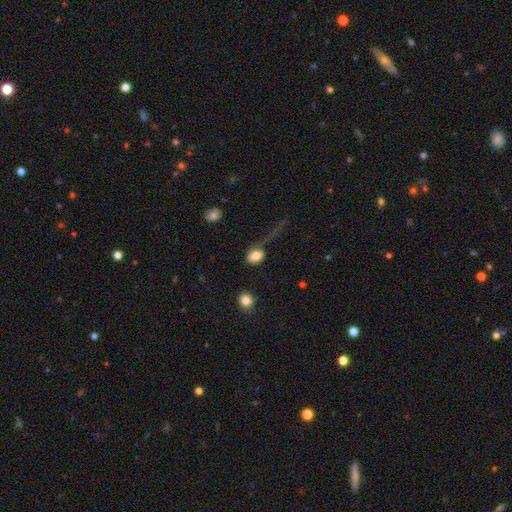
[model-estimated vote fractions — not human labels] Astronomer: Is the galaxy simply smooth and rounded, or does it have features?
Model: smooth — 79%.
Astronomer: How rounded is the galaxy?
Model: in between — 68%.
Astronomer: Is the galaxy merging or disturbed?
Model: none — 39% (runner-up: major disturbance, 33%).